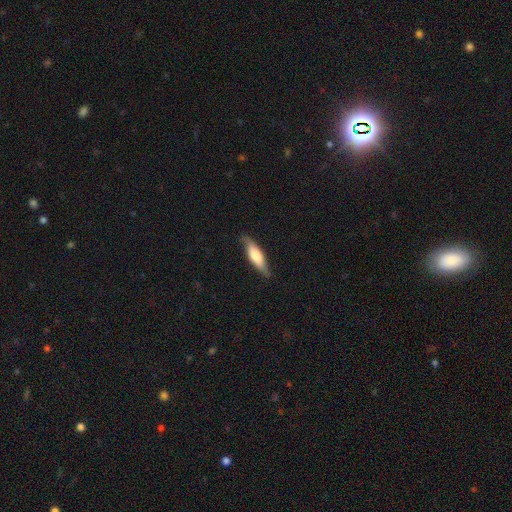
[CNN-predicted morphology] A smooth galaxy with no disk features (59%) that is cigar-shaped (58%). Merging: none (78%).